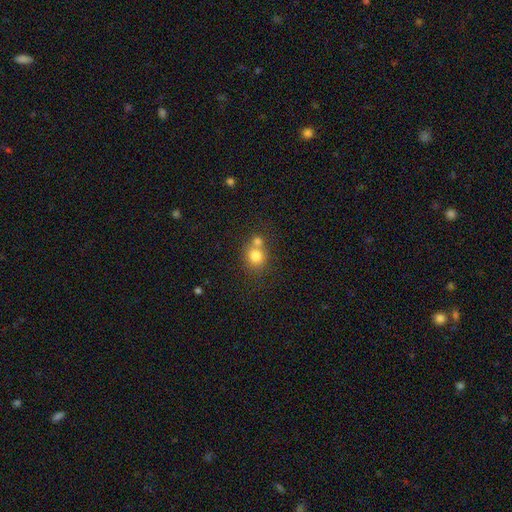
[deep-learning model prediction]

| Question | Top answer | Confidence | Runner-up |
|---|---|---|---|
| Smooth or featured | smooth | 79% | star or artifact (11%) |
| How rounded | round | 82% | in between (17%) |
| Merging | none | 47% | merger (42%) |